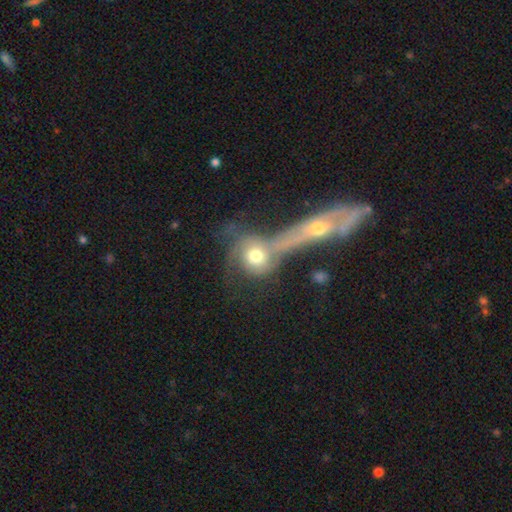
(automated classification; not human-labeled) This appears to be a smooth galaxy with no disk features (53%) that is round (77%). Merging: merger (54%).